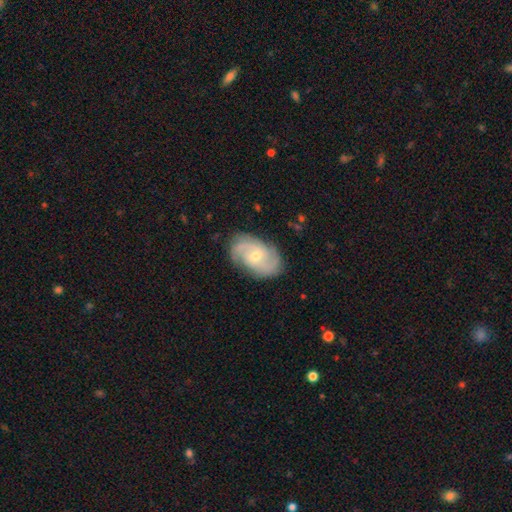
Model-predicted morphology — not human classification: Smooth or featured? Predicted: featured or disk (p=0.83). Edge-on disk? Predicted: no (p=0.96). Bar? Predicted: no (p=0.53). Spiral arms? Predicted: yes (p=0.96). Spiral winding? Predicted: tight (p=0.44). Spiral arm count? Predicted: 2 (p=0.43). Bulge size? Predicted: small (p=0.51). Merging? Predicted: none (p=0.81).